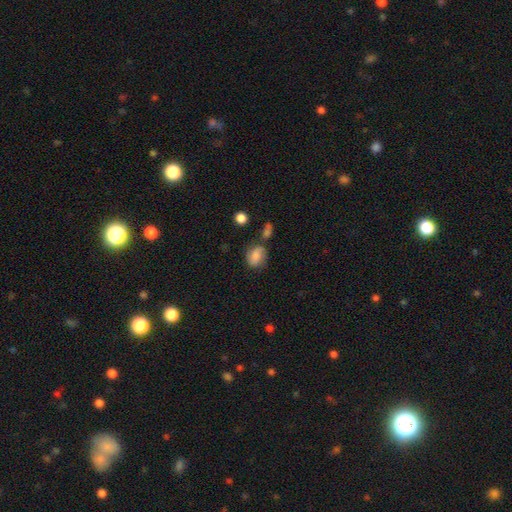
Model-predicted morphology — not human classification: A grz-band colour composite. It shows a smooth galaxy with no disk features (70%) that is in between round and cigar-shaped (62%). Merging: none (57%).